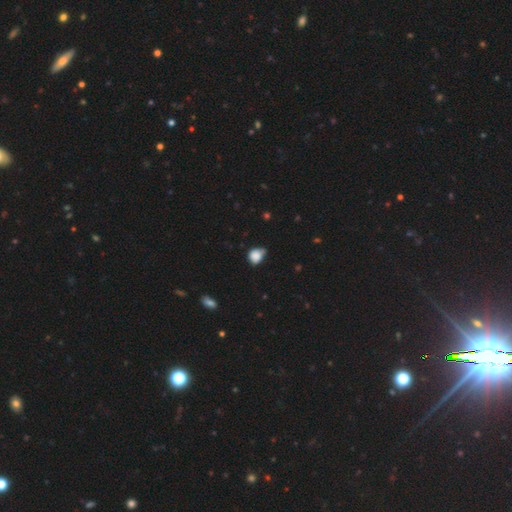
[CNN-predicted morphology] Smooth or featured?
  - smooth: 84% *
  - star or artifact: 9%
  - featured or disk: 7%
How rounded?
  - round: 63% *
  - in between: 35%
  - cigar-shaped: 1%
Merging?
  - minor disturbance: 43% * (tied)
  - none: 43% * (tied)
  - major disturbance: 9%
  - merger: 5%